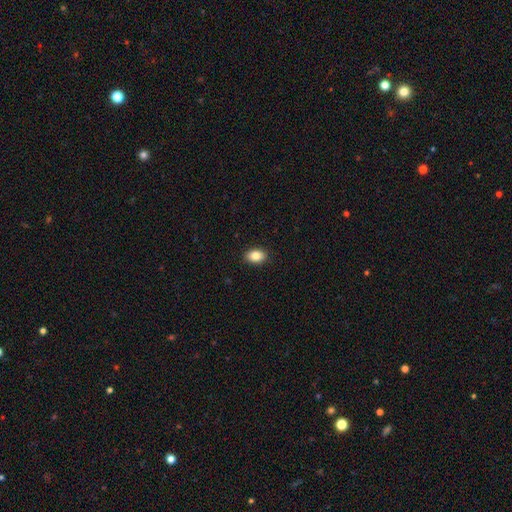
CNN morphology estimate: This is clearly a smooth galaxy (85%). How rounded: clearly in between (83%). Merging: clearly none (90%).